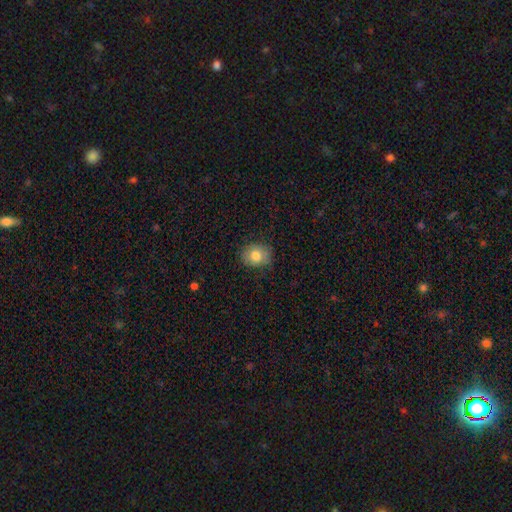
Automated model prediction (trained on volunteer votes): smooth-or-featured: smooth: 79% | featured or disk: 12% | star or artifact: 9%
  how-rounded: round: 63% | in between: 36% | cigar-shaped: 1%
  merging: none: 80% | minor disturbance: 15% | major disturbance: 3% | merger: 1%